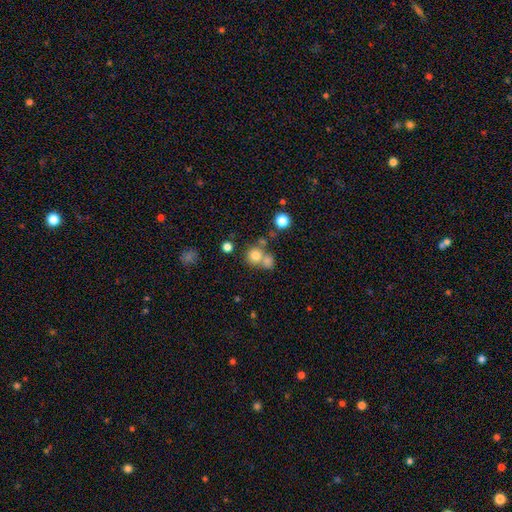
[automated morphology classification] smooth 76%, star or artifact 14%, featured or disk 10%. Down the decision tree: how rounded — round (88%); merging — none (52%).